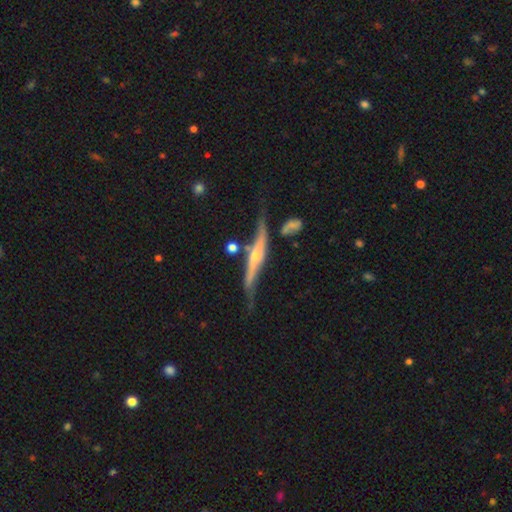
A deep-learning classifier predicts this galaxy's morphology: Q: Smooth or featured?
A: featured or disk (84%); runner-up: smooth (11%)
Q: Edge-on disk?
A: yes (83%); runner-up: no (17%)
Q: Edge-on bulge?
A: rounded (86%); runner-up: none (9%)
Q: Merging?
A: none (53%); runner-up: minor disturbance (26%)